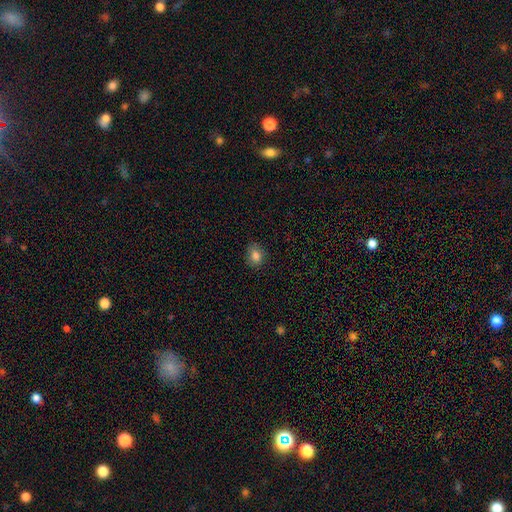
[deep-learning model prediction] Q: Smooth or featured?
A: smooth (83%); runner-up: star or artifact (11%)
Q: How rounded?
A: in between (50%); runner-up: round (49%)
Q: Merging?
A: none (82%); runner-up: minor disturbance (14%)